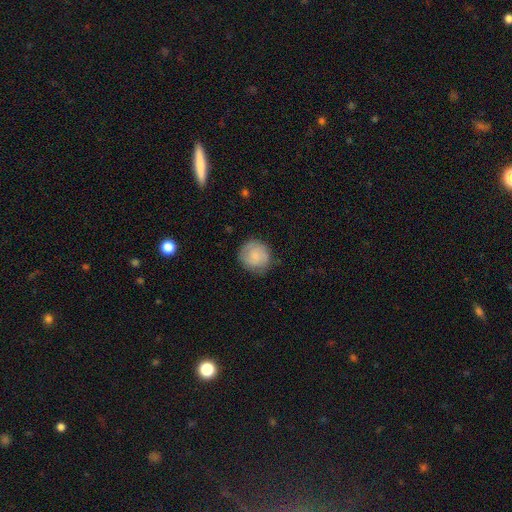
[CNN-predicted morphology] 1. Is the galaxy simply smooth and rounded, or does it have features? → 79% smooth, 14% featured or disk, 7% star or artifact.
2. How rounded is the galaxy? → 90% round, 9% in between, 1% cigar-shaped.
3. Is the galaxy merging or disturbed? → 75% none, 19% minor disturbance, 5% major disturbance, 1% merger.